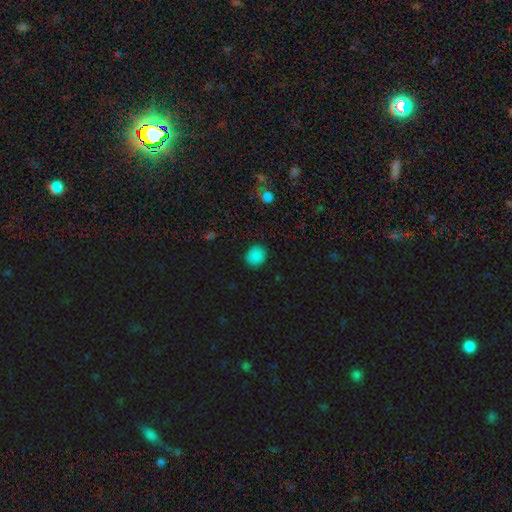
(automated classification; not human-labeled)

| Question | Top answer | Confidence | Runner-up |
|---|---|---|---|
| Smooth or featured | smooth | 84% | star or artifact (13%) |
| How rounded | round | 70% | in between (29%) |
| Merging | none | 89% | minor disturbance (8%) |